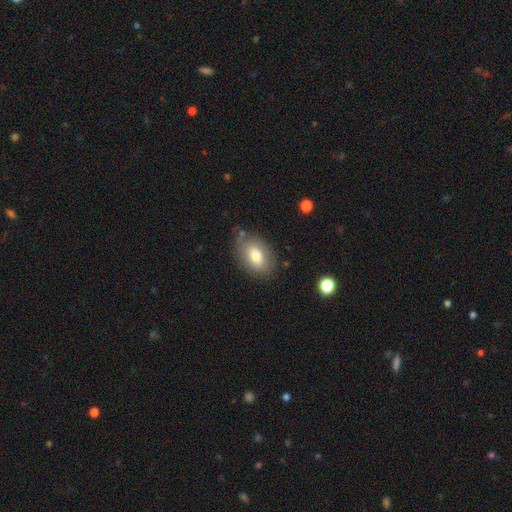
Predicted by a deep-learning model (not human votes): Q: Smooth or featured?
A: smooth (76%); runner-up: featured or disk (16%)
Q: How rounded?
A: in between (87%); runner-up: round (11%)
Q: Merging?
A: none (77%); runner-up: minor disturbance (15%)